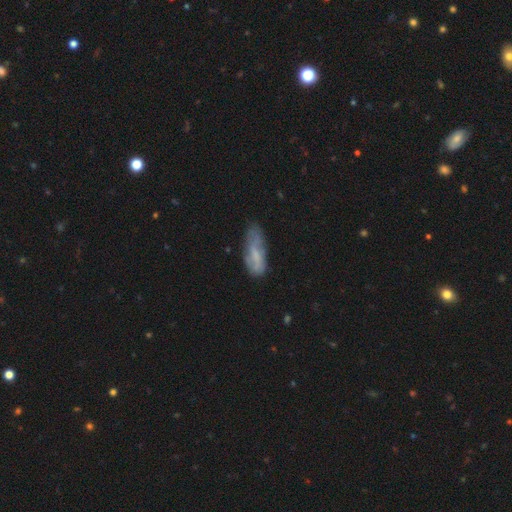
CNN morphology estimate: Smooth or featured? Predicted: smooth (p=0.54). How rounded? Predicted: in between (p=0.65). Merging? Predicted: none (p=0.50).